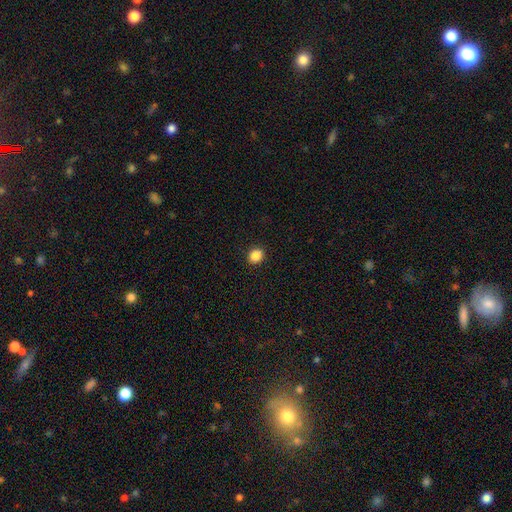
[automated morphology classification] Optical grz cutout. It shows a smooth galaxy with no disk features (87%) that is round (63%). Merging: none (91%).